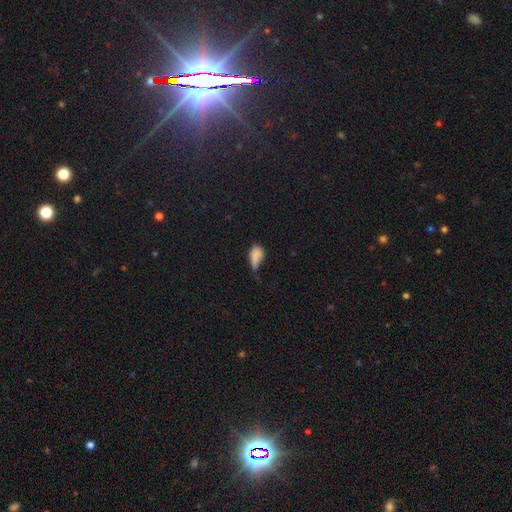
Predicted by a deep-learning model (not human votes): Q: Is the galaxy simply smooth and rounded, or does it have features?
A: smooth — 78%.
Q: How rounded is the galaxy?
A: in between — 86%.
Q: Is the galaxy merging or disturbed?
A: minor disturbance — 41%.